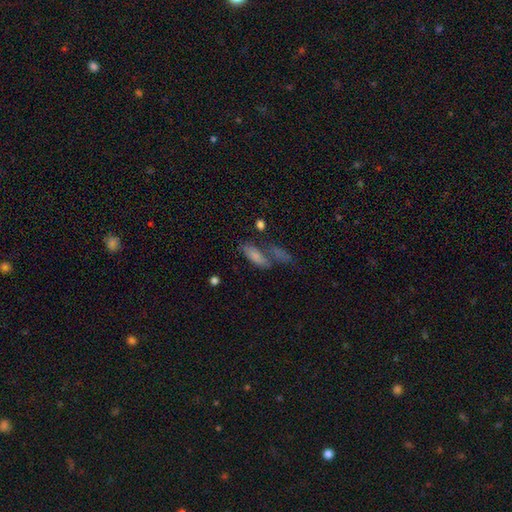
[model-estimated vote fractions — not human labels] Smooth or featured? Predicted: smooth (p=0.74). How rounded? Predicted: in between (p=0.66). Merging? Predicted: none (p=0.39).